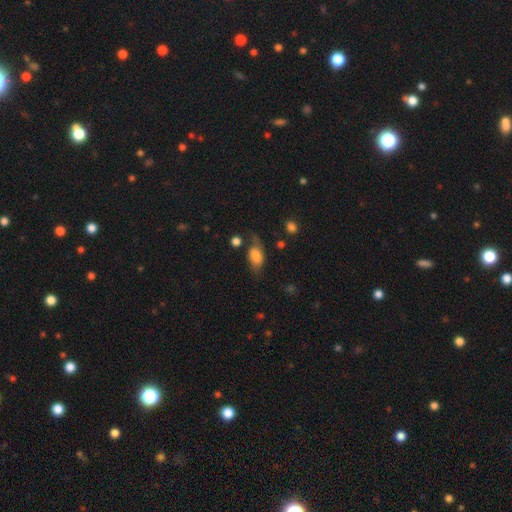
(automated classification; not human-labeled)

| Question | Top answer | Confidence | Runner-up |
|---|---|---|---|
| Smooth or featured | smooth | 72% | featured or disk (20%) |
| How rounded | in between | 87% | round (9%) |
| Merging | none | 53% | minor disturbance (28%) |